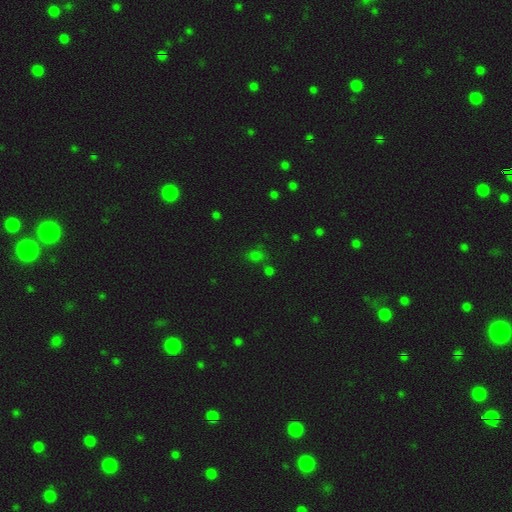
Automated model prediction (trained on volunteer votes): The model was most divided on "how rounded": in between: 52%, round: 45%, cigar-shaped: 2%. More confident: merging — none (64%); smooth or featured — smooth (60%).